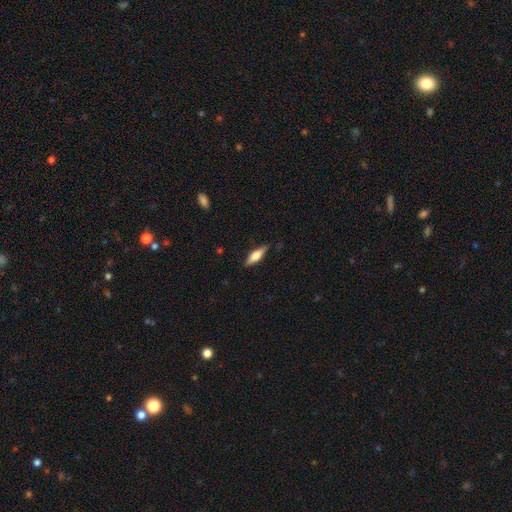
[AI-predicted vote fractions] Overall: smooth (51%; featured or disk 43%). How rounded: cigar-shaped (50%; in between 47%). Merging: none (83%).